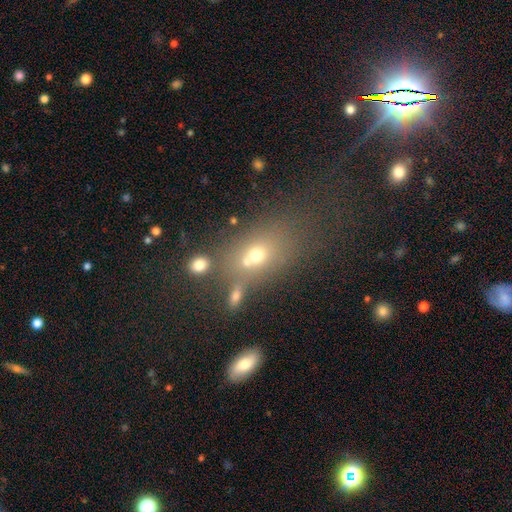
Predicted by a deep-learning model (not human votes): This is possibly a smooth galaxy (60%). How rounded: likely in between (63%). Merging: marginally none (44%).